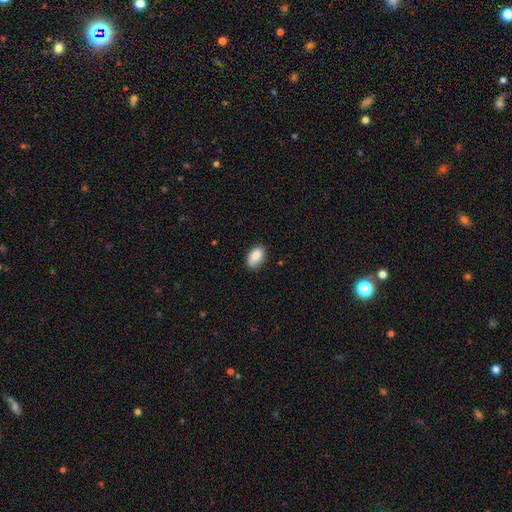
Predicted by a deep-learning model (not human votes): Smooth or featured? smooth (86%)
How rounded? in between (92%)
Merging? none (81%)